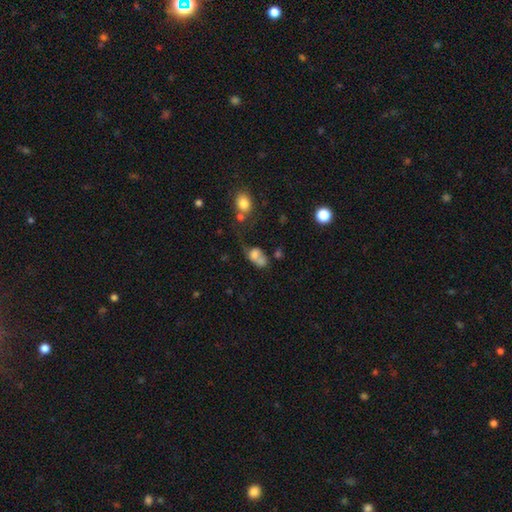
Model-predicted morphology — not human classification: Smooth or featured? Predicted: smooth (p=0.67). How rounded? Predicted: in between (p=0.71). Merging? Predicted: merger (p=0.40).